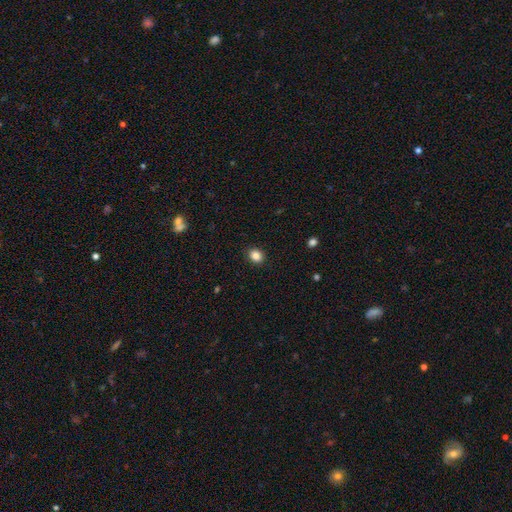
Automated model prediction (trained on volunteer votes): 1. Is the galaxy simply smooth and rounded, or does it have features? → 86% smooth, 10% star or artifact, 4% featured or disk.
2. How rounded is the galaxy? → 60% round, 39% in between, 1% cigar-shaped.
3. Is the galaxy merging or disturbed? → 91% none, 6% minor disturbance, 2% major disturbance, 1% merger.